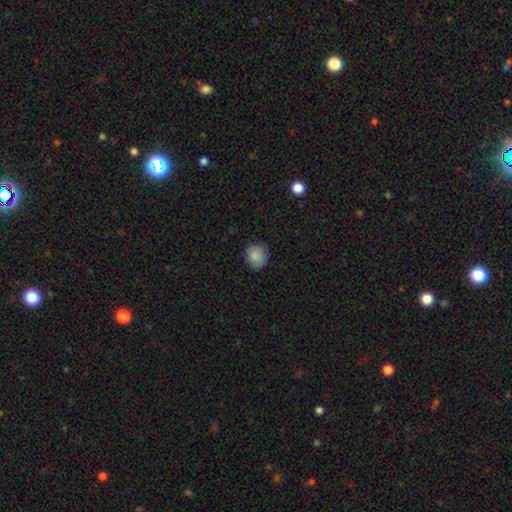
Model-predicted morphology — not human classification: smooth_or_featured: smooth (p=0.87) [alt: star or artifact p=0.08]
how_rounded: round (p=0.79) [alt: in between p=0.20]
merging: none (p=0.82) [alt: minor disturbance p=0.14]